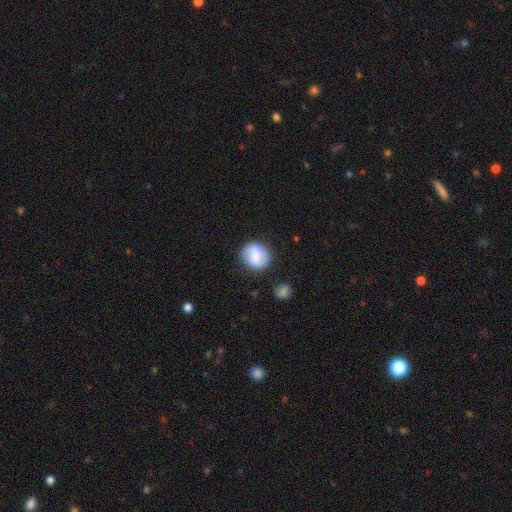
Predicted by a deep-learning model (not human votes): A smooth galaxy with no disk features (68%) that is round (84%). Merging: none (83%).